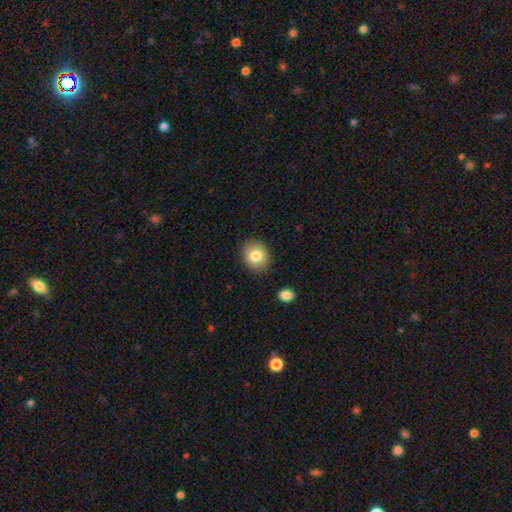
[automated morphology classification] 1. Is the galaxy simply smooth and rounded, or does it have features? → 81% smooth, 10% featured or disk, 9% star or artifact.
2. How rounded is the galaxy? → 59% round, 40% in between, 1% cigar-shaped.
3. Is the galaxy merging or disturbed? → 86% none, 9% minor disturbance, 2% major disturbance, 2% merger.